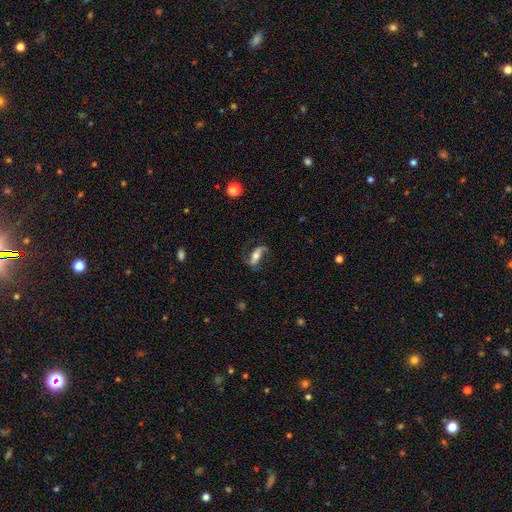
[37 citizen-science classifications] Morphology: type=featured or disk (76%); edge-on=no (96%); bar=strong (44%); spiral arms=yes (85%); winding=medium (43%); arm count=2 (96%); bulge=moderate (59%); merging=none (61%).